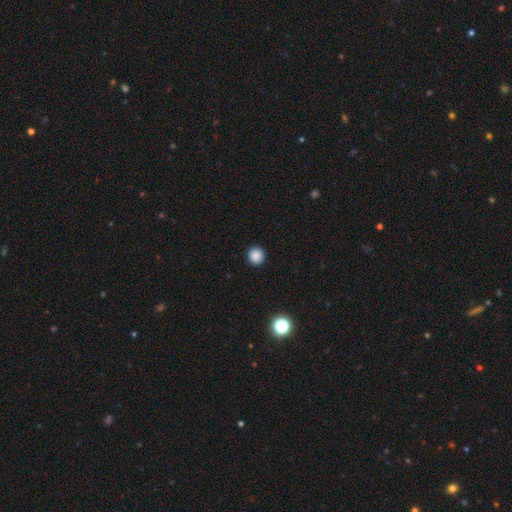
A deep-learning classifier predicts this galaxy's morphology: Smooth or featured? Predicted: smooth (p=0.87). How rounded? Predicted: round (p=0.91). Merging? Predicted: none (p=0.92).